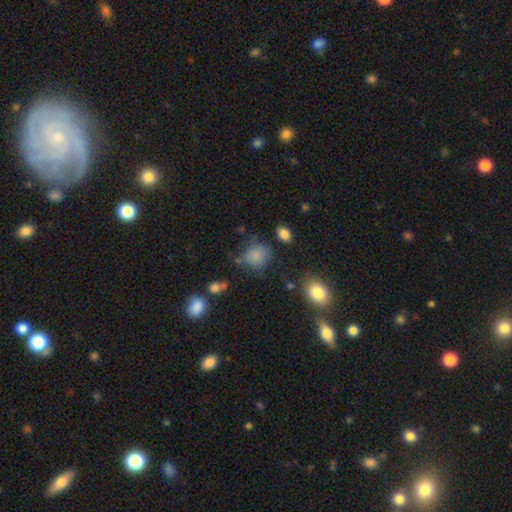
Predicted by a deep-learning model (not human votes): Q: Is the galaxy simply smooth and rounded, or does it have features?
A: smooth — 80%.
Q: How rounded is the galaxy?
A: round — 77%.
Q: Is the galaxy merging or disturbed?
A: none — 57%.